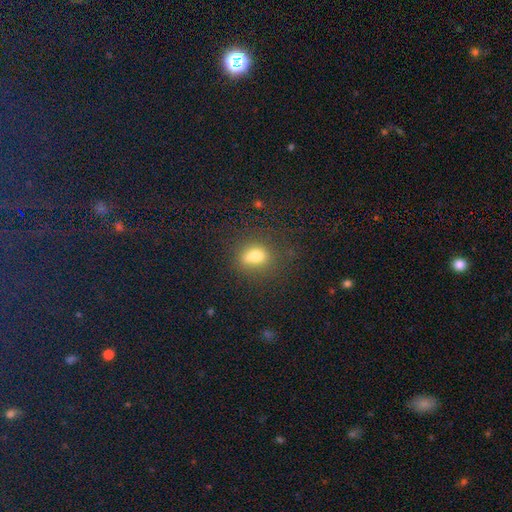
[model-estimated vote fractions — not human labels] smooth 69%, star or artifact 17%, featured or disk 14%. Down the decision tree: how rounded — round (53%); merging — none (55%).